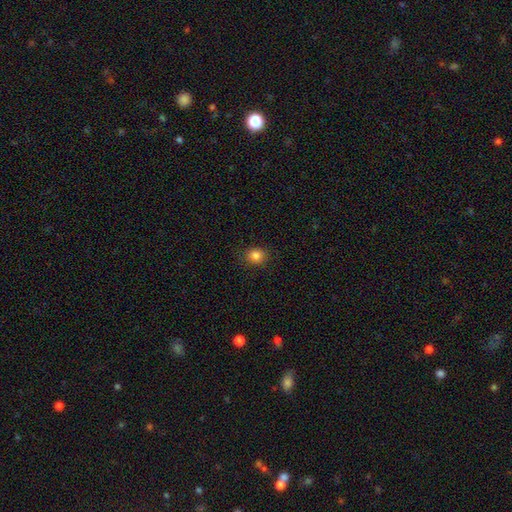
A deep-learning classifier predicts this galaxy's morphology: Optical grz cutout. It shows a smooth galaxy with no disk features (84%) that is round (70%). Merging: none (88%).